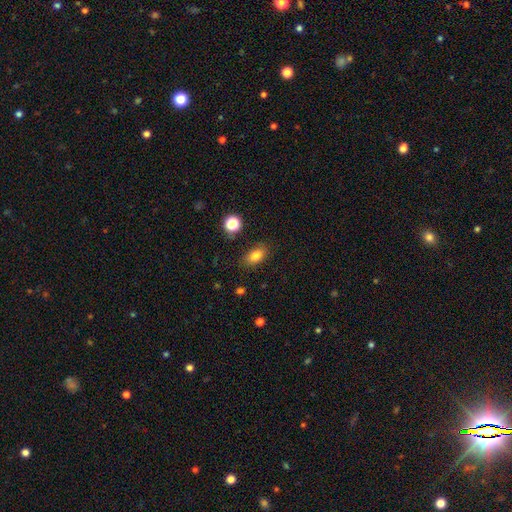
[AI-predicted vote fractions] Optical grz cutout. It shows a smooth galaxy with no disk features (82%) that is in between round and cigar-shaped (86%). Merging: none (84%).